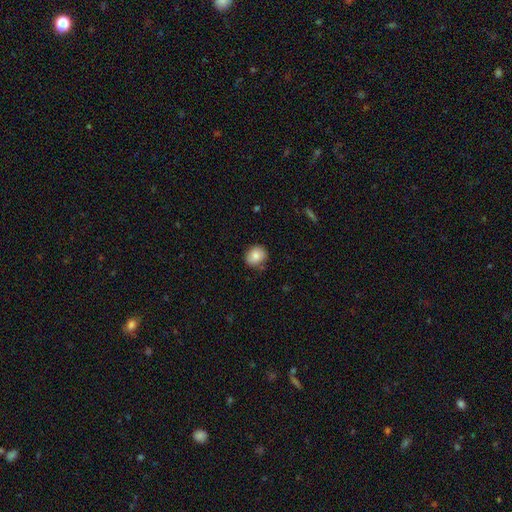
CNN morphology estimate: A smooth galaxy with no disk features (84%) that is round (65%). Merging: none (81%).